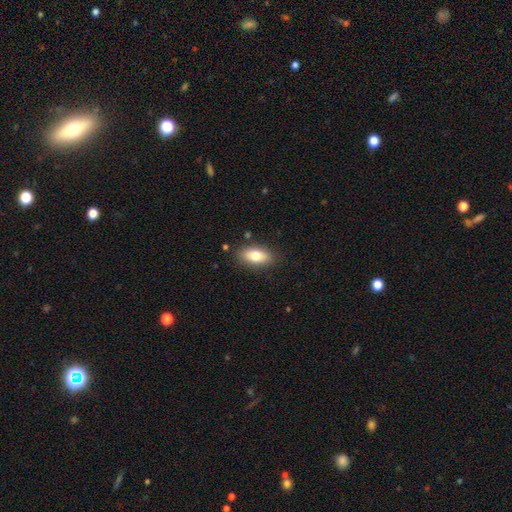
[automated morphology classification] The model was most divided on "smooth or featured": smooth: 77%, featured or disk: 16%, star or artifact: 7%. More confident: how rounded — in between (88%); merging — none (84%).